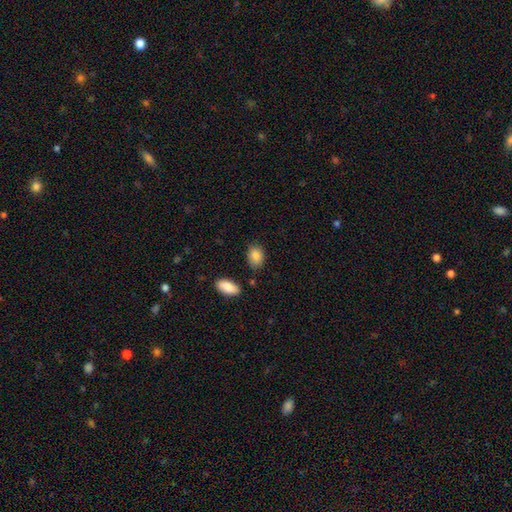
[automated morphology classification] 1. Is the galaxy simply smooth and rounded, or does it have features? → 87% smooth, 7% star or artifact, 6% featured or disk.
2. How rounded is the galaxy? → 83% in between, 15% round, 2% cigar-shaped.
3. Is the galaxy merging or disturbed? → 79% none, 14% minor disturbance, 4% merger, 3% major disturbance.